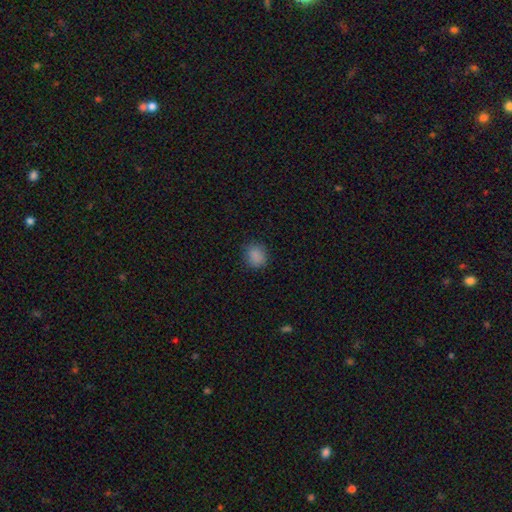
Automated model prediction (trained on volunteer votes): Smooth or featured?
  - smooth: 85% *
  - star or artifact: 11%
  - featured or disk: 3%
How rounded?
  - round: 79% *
  - in between: 20%
  - cigar-shaped: 1%
Merging?
  - none: 85% *
  - minor disturbance: 11%
  - major disturbance: 3%
  - merger: 1%